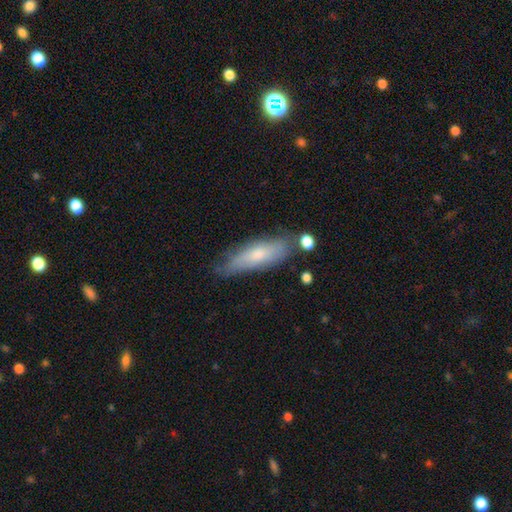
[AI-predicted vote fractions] Overall: smooth (63%; featured or disk 30%). How rounded: cigar-shaped (53%; in between 45%). Merging: none (67%).